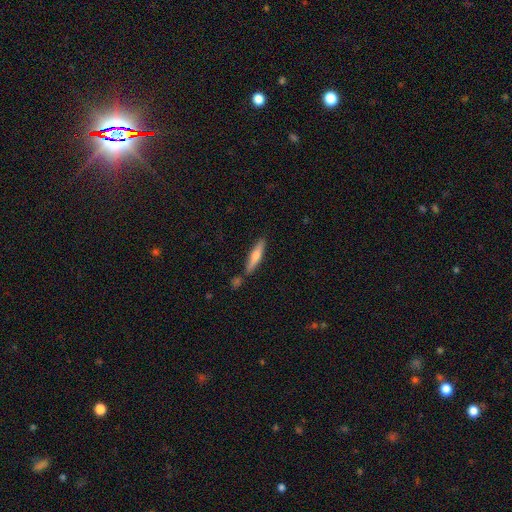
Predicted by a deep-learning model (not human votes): This is possibly a smooth galaxy (55%). How rounded: clearly cigar-shaped (86%). Merging: likely none (79%).